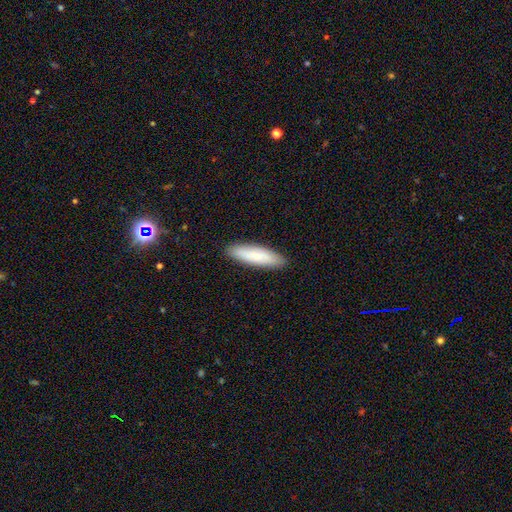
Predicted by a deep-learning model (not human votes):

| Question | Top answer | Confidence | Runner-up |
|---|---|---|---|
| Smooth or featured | smooth | 82% | featured or disk (12%) |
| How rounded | cigar-shaped | 75% | in between (23%) |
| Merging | none | 90% | minor disturbance (8%) |